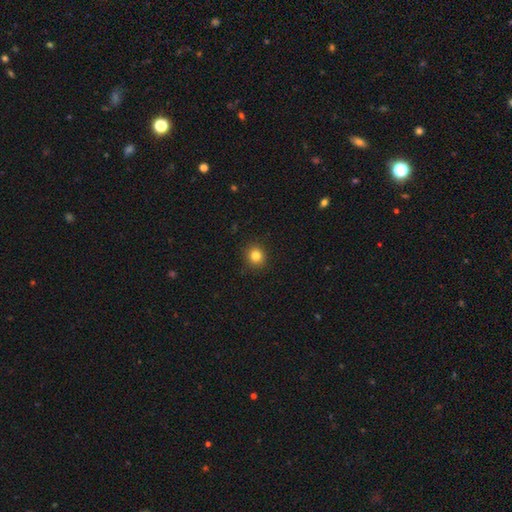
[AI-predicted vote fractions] Q: Smooth or featured?
A: smooth (83%); runner-up: star or artifact (12%)
Q: How rounded?
A: round (89%); runner-up: in between (10%)
Q: Merging?
A: none (91%); runner-up: minor disturbance (6%)